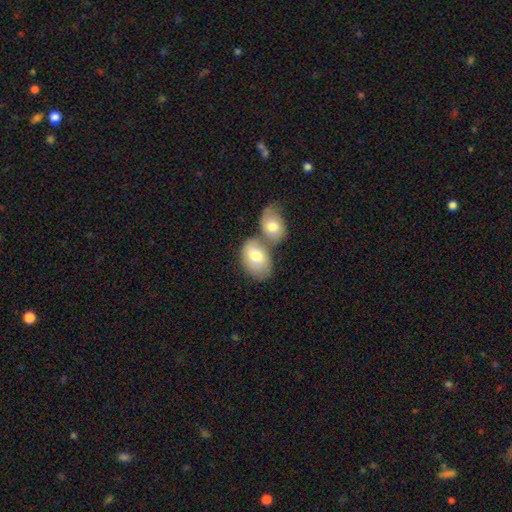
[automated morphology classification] type=smooth (71%); roundness=in between (86%); merging=merger (54%).